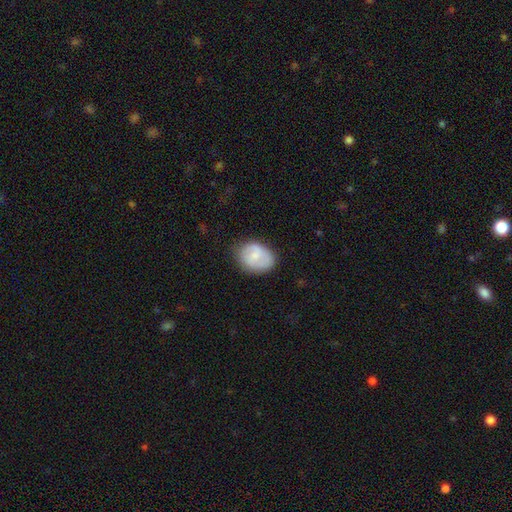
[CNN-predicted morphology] smooth 60%, featured or disk 33%, star or artifact 7%. Down the decision tree: how rounded — in between (58%); merging — none (72%).